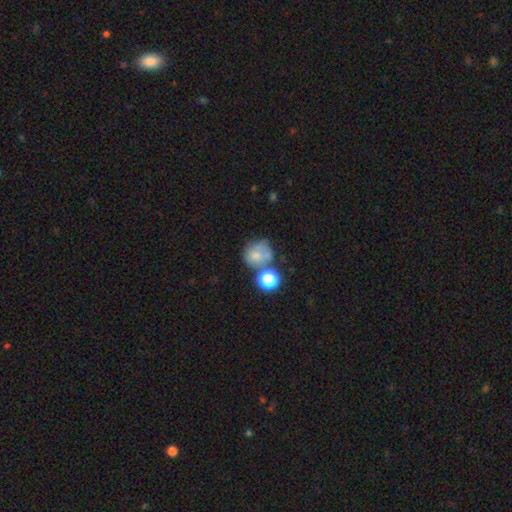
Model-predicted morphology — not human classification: A smooth galaxy with no disk features (63%) that is round (73%).

Vote fractions:
- Smooth or featured? smooth: 63% / featured or disk: 22% / star or artifact: 15%
- How rounded? round: 73% / in between: 26% / cigar-shaped: 1%
- Merging? none: 42% / merger: 28% / minor disturbance: 18% / major disturbance: 11%